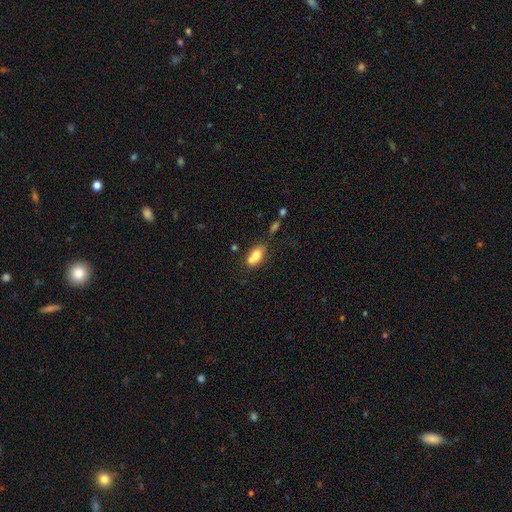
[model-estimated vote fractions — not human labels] Smooth or featured? Predicted: smooth (p=0.71). How rounded? Predicted: in between (p=0.82). Merging? Predicted: none (p=0.39).